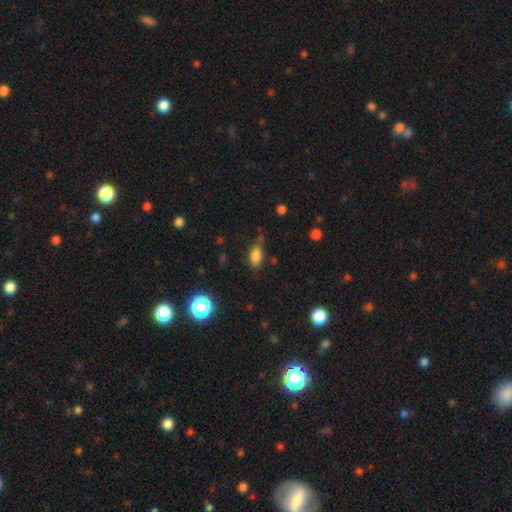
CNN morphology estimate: type=smooth (80%); roundness=in between (84%); merging=none (66%).